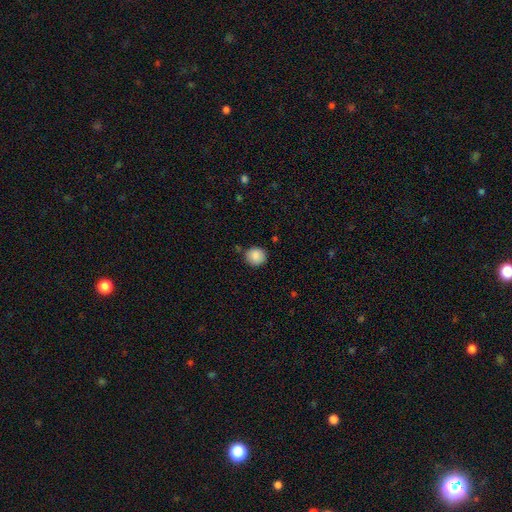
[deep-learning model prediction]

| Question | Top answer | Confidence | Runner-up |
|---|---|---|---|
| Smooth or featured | smooth | 88% | star or artifact (8%) |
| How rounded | round | 89% | in between (10%) |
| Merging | none | 84% | minor disturbance (11%) |